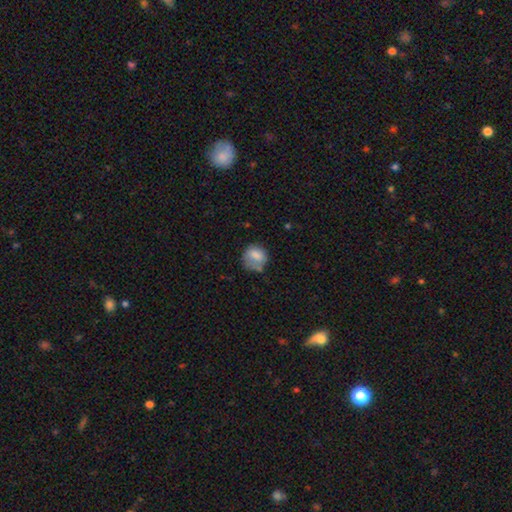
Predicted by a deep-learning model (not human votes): Morphology: type=smooth (75%); roundness=round (69%); merging=none (48%).